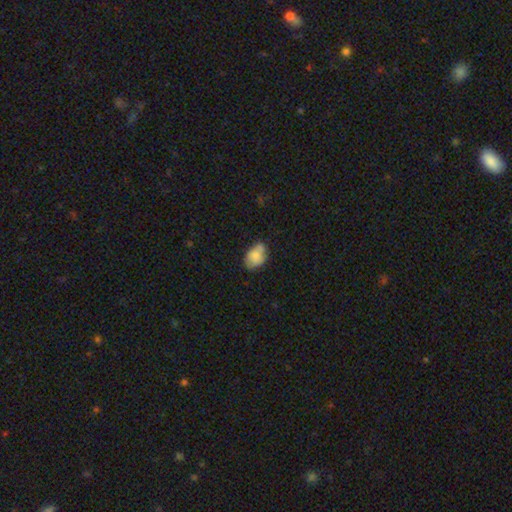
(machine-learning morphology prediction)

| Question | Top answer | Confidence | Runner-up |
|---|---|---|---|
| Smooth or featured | smooth | 75% | featured or disk (17%) |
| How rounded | in between | 79% | round (20%) |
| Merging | none | 53% | minor disturbance (31%) |